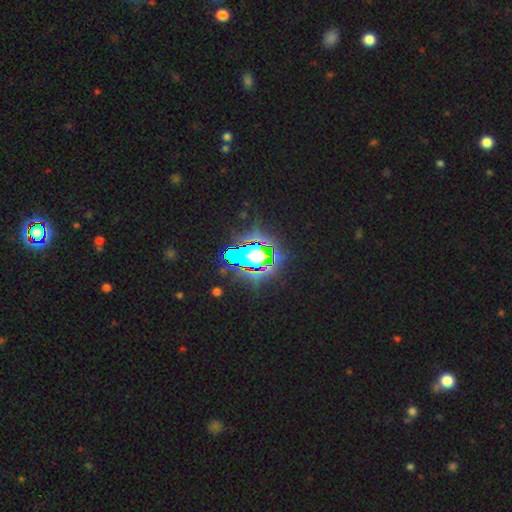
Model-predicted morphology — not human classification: smooth_or_featured: star or artifact (p=0.60) [alt: featured or disk p=0.21]